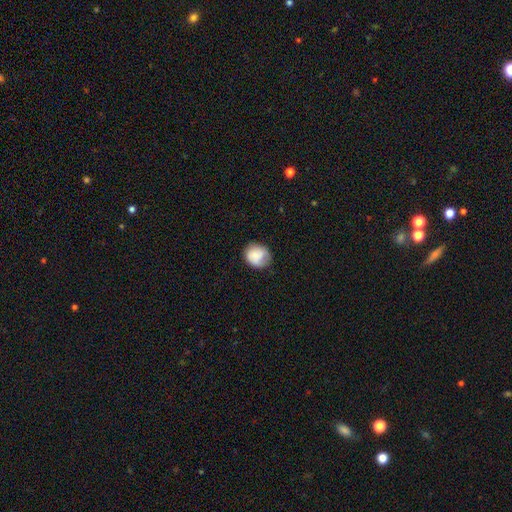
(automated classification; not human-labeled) A smooth galaxy with no disk features (77%) that is round (74%).

Vote fractions:
- Smooth or featured? smooth: 77% / featured or disk: 16% / star or artifact: 8%
- How rounded? round: 74% / in between: 25% / cigar-shaped: 1%
- Merging? none: 66% / minor disturbance: 25% / major disturbance: 8% / merger: 2%